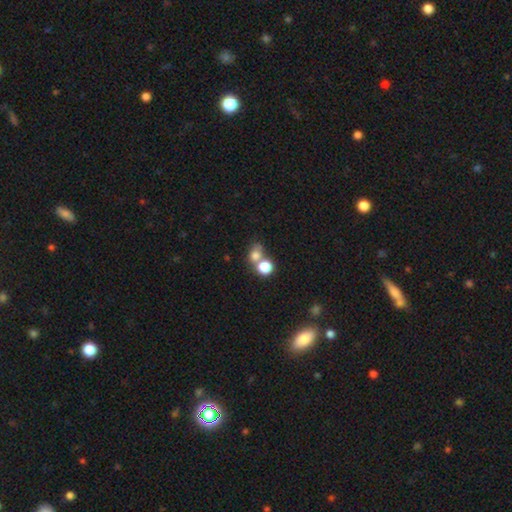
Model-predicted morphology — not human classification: Overall: smooth (75%). How rounded: round (65%; in between 34%). Merging: merger (49%; none 38%).